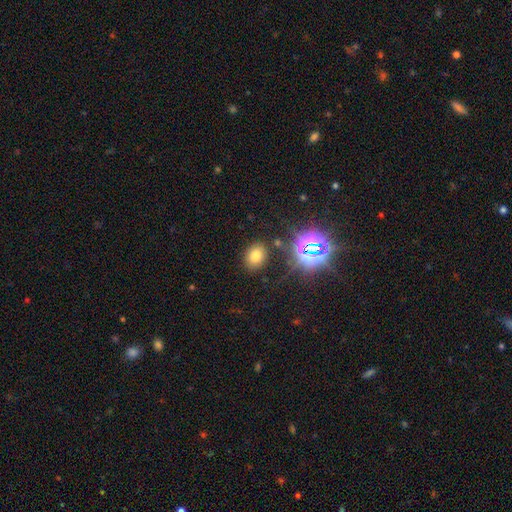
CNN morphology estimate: This appears to be a smooth galaxy with no disk features (68%) that is in between round and cigar-shaped (65%). Merging: none (83%).